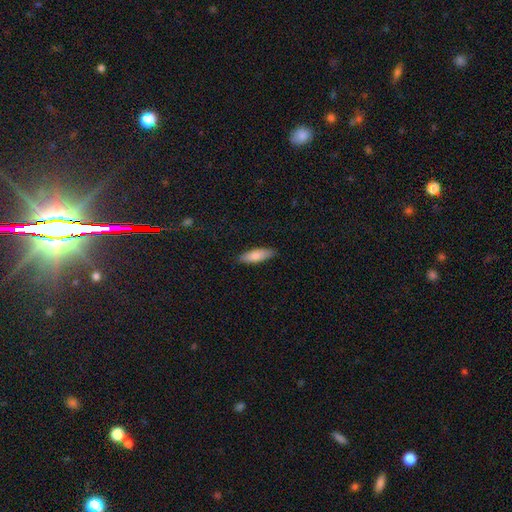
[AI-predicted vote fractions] Overall: smooth (79%). How rounded: in between (55%; cigar-shaped 43%). Merging: none (86%).